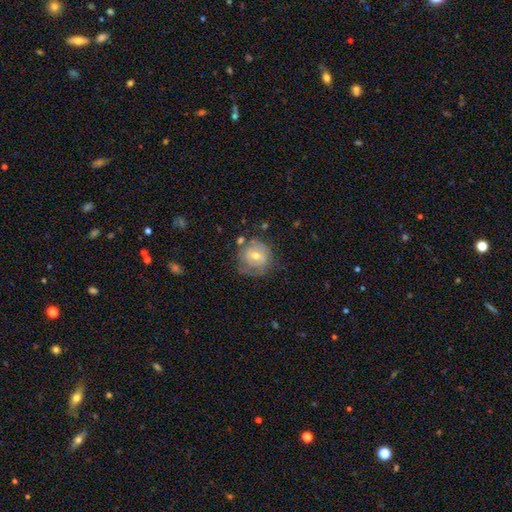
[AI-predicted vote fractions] smooth-or-featured: smooth: 47% | featured or disk: 45% | star or artifact: 8%
  merging: none: 57% | minor disturbance: 25% | major disturbance: 13% | merger: 5%